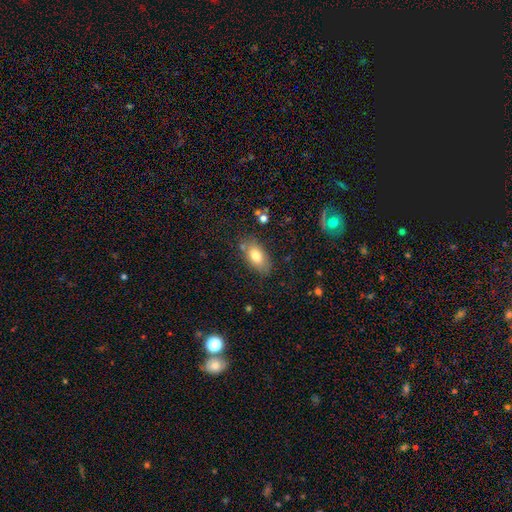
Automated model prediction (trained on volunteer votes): Smooth or featured? Predicted: smooth (p=0.76). How rounded? Predicted: in between (p=0.90). Merging? Predicted: none (p=0.73).